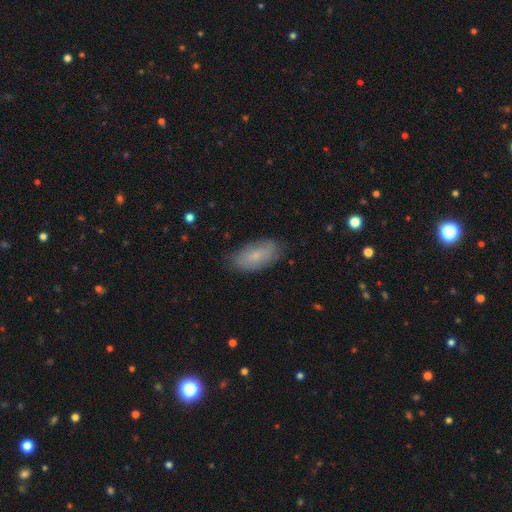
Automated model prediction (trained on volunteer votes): Smooth or featured: smooth — 65% (featured or disk — 27%)
How rounded: in between — 91% (cigar-shaped — 6%)
Merging: none — 78% (minor disturbance — 17%)